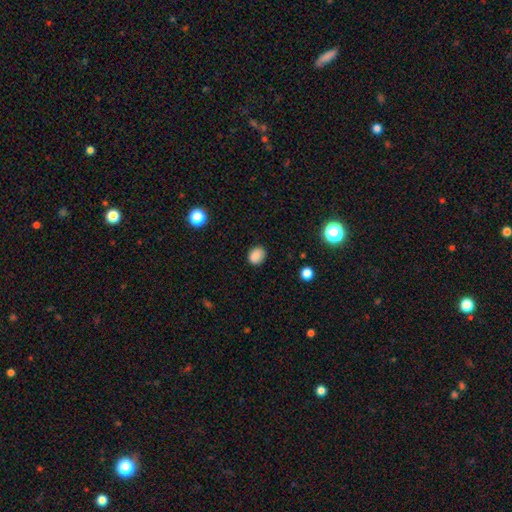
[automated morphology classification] A smooth galaxy with no disk features (85%) that is in between round and cigar-shaped (56%). Merging: none (82%).